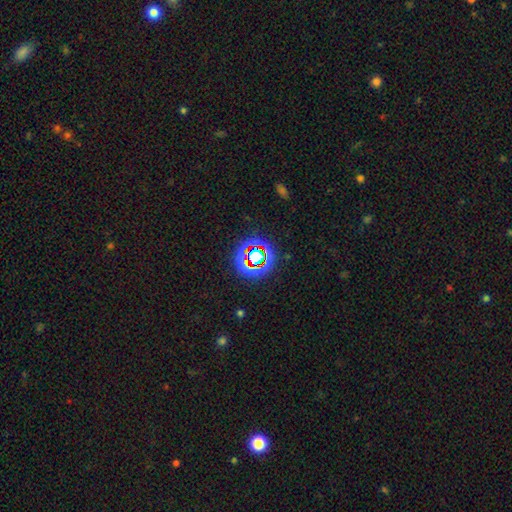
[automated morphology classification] A star or artifact, not a galaxy (71%).

Vote fractions:
- Smooth or featured? star or artifact: 71% / smooth: 18% / featured or disk: 10%